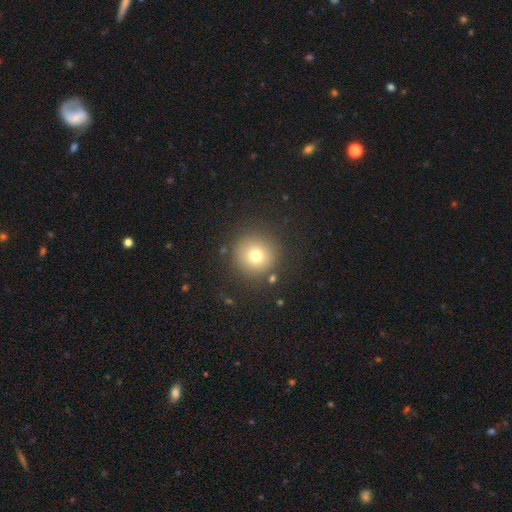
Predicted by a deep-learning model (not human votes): Morphology: type=smooth (74%); roundness=round (95%); merging=none (87%).